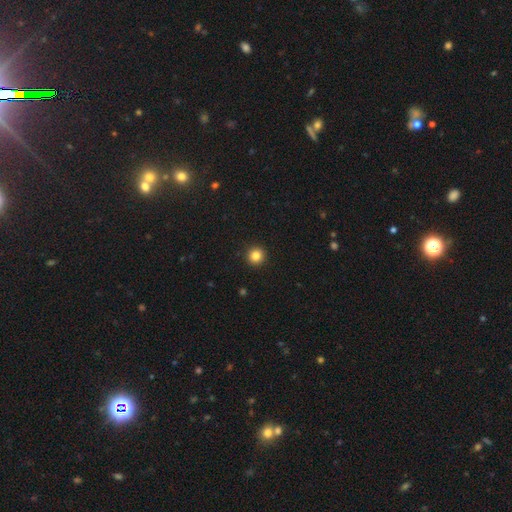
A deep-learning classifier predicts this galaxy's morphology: Smooth or featured? smooth (84%)
How rounded? round (95%)
Merging? none (93%)